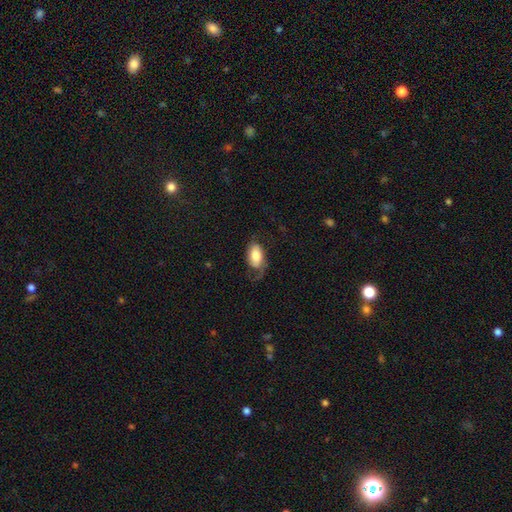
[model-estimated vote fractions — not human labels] This is likely a smooth galaxy (62%). How rounded: clearly in between (92%). Merging: marginally none (44%).